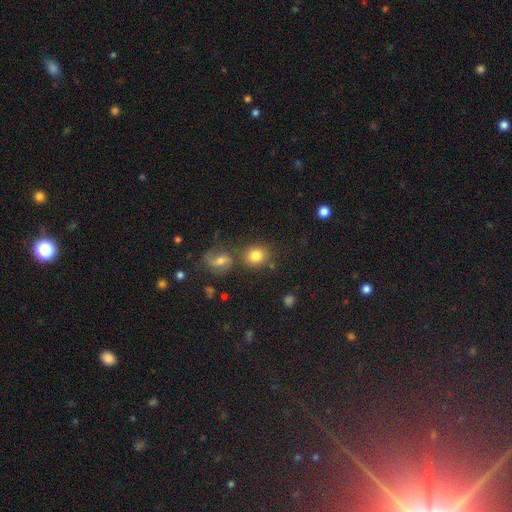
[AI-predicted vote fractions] Smooth or featured? Predicted: smooth (p=0.81). How rounded? Predicted: round (p=0.68). Merging? Predicted: none (p=0.67).